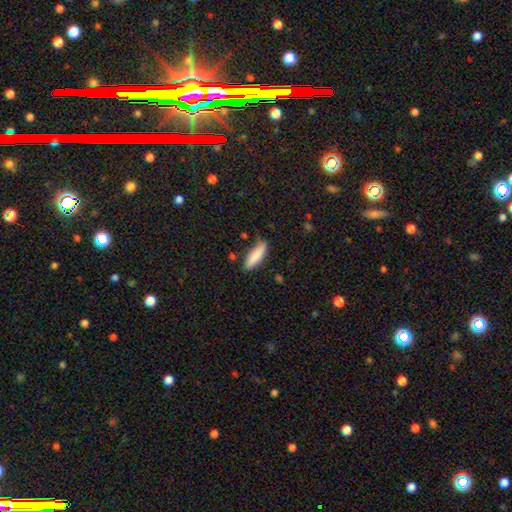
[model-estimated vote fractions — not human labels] Q: Smooth or featured?
A: smooth (87%); runner-up: featured or disk (7%)
Q: How rounded?
A: cigar-shaped (51%); runner-up: in between (48%)
Q: Merging?
A: none (80%); runner-up: minor disturbance (15%)